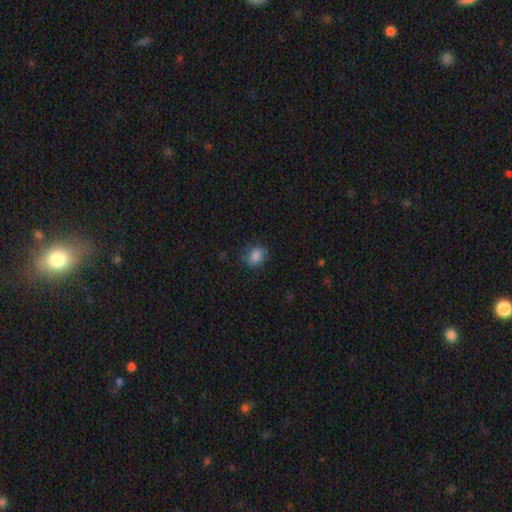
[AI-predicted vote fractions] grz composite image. It shows a smooth galaxy with no disk features (84%) that is round (52%). Merging: none (73%).